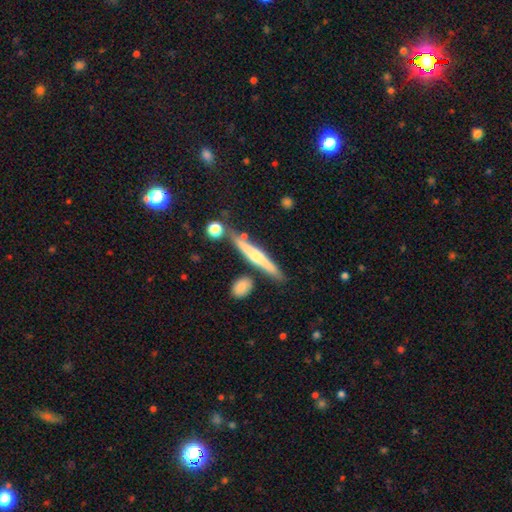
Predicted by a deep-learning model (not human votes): Overall: featured or disk (54%; smooth 40%). Edge-on disk: yes (95%). Edge-on bulge: rounded (63%; none 24%). Merging: none (75%).